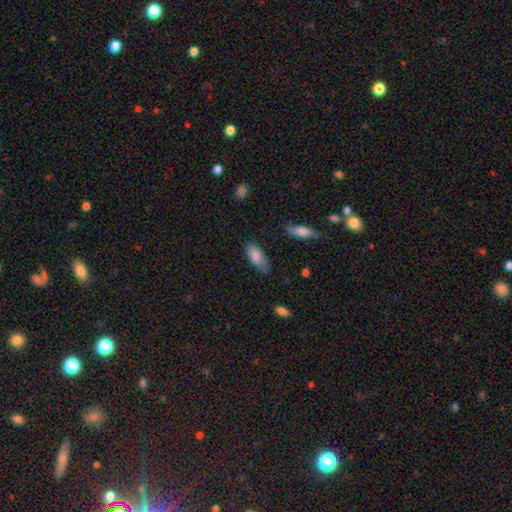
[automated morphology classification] Smooth or featured?
  - smooth: 84% *
  - featured or disk: 10%
  - star or artifact: 7%
How rounded?
  - in between: 81% *
  - cigar-shaped: 17%
  - round: 2%
Merging?
  - none: 57% *
  - minor disturbance: 33%
  - major disturbance: 8%
  - merger: 3%